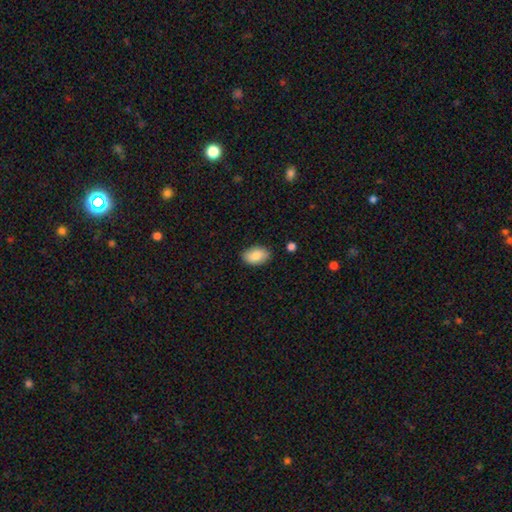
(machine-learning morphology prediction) smooth 83%, featured or disk 10%, star or artifact 7%. Down the decision tree: how rounded — in between (90%); merging — none (86%).